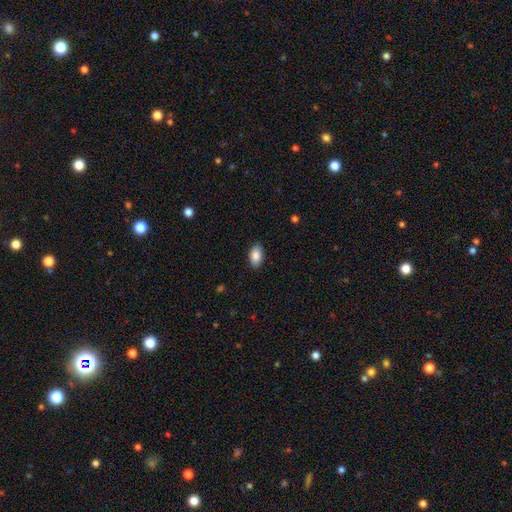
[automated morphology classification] This is clearly a smooth galaxy (87%). How rounded: clearly in between (93%). Merging: clearly none (88%).